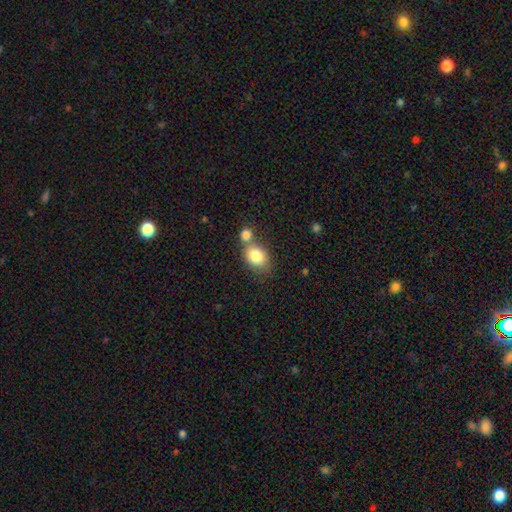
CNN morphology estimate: type=smooth (82%); roundness=in between (59%); merging=merger (43%).